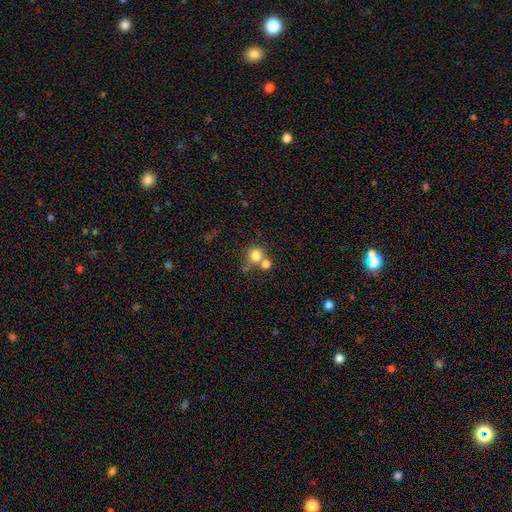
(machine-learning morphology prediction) smooth_or_featured: smooth (p=0.78) [alt: star or artifact p=0.12]
how_rounded: round (p=0.88) [alt: in between p=0.11]
merging: none (p=0.51) [alt: merger p=0.36]